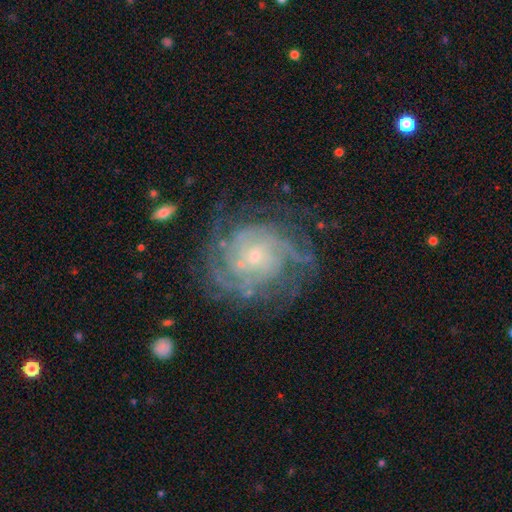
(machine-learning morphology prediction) The model was most divided on "spiral arm count": can't tell: 34%, 4: 19%, 3: 16%, 2: 14%, more than 4: 10%, 1: 6%. More confident: edge-on disk — no (98%); spiral arms — yes (94%); smooth or featured — featured or disk (85%); bulge size — small (80%); bar — no (73%); merging — none (69%); spiral winding — tight (67%).